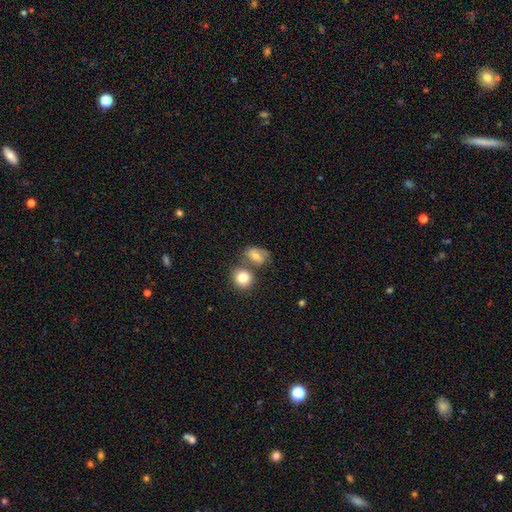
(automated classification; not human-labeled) smooth 58%, featured or disk 30%, star or artifact 11%. Down the decision tree: how rounded — in between (54%); merging — none (49%).